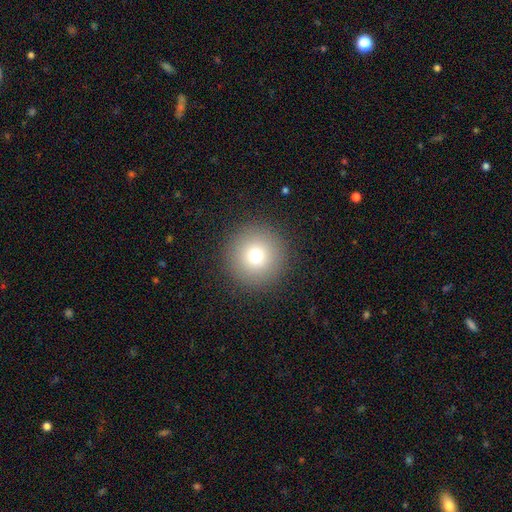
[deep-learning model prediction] This appears to be a smooth galaxy with no disk features (74%) that is round (97%). Merging: none (92%).